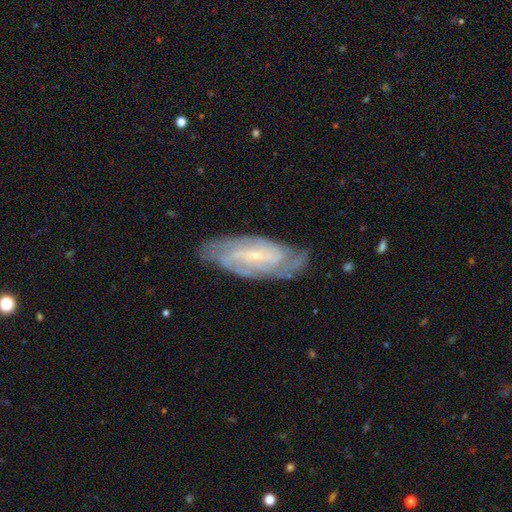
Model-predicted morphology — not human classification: This appears to be a featured or disk galaxy (83%) with a weak bar (44%), 2 (39%) tight (56%) spiral arms (95%) and a small central bulge (78%). Merging: none (76%).